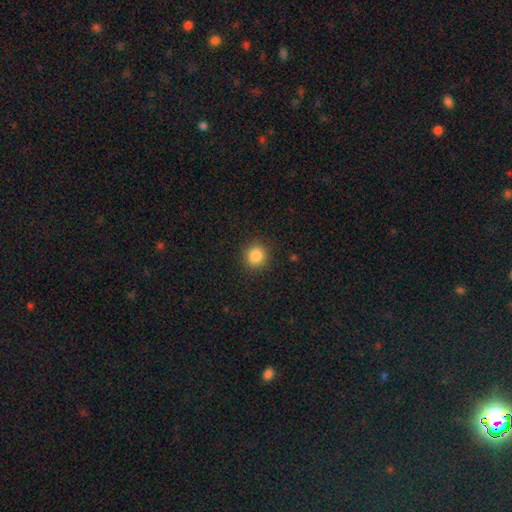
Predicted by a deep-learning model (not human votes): Overall: smooth (86%). How rounded: round (87%). Merging: none (90%).